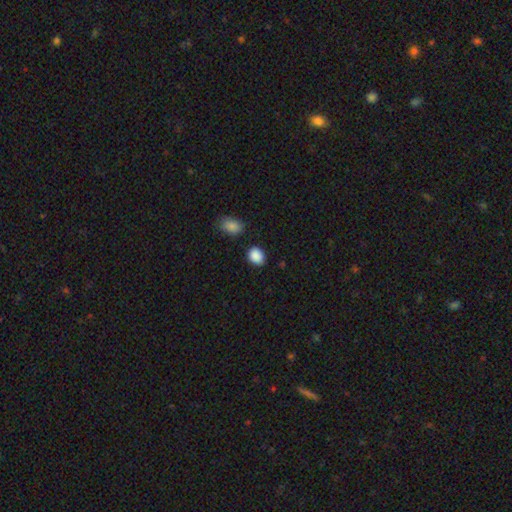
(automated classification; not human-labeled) Q: Smooth or featured?
A: smooth (89%); runner-up: star or artifact (8%)
Q: How rounded?
A: in between (53%); runner-up: round (46%)
Q: Merging?
A: none (79%); runner-up: minor disturbance (14%)